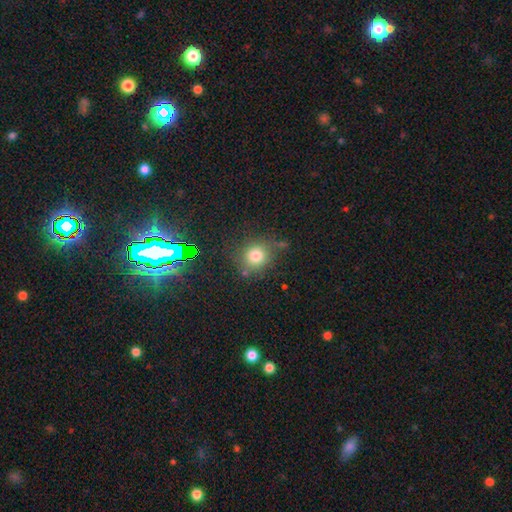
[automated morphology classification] Smooth or featured: smooth — 76% (star or artifact — 16%)
How rounded: round — 84% (in between — 15%)
Merging: none — 75% (minor disturbance — 14%)